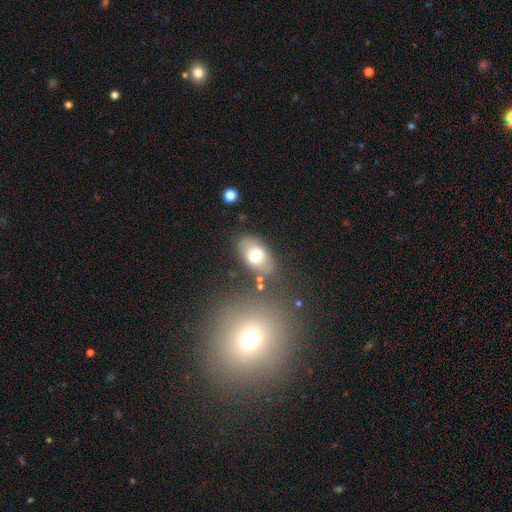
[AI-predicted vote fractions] Smooth or featured?
  - smooth: 72% *
  - featured or disk: 20%
  - star or artifact: 8%
How rounded?
  - in between: 90% *
  - round: 8%
  - cigar-shaped: 2%
Merging?
  - none: 77% *
  - minor disturbance: 13%
  - merger: 6%
  - major disturbance: 4%